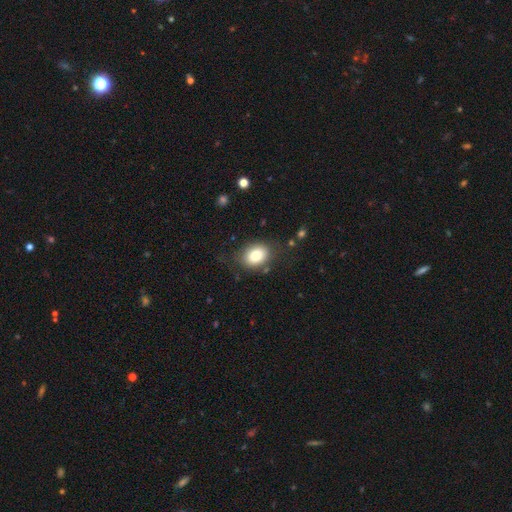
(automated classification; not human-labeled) This appears to be a smooth galaxy with no disk features (80%) that is in between round and cigar-shaped (68%). Merging: none (78%).